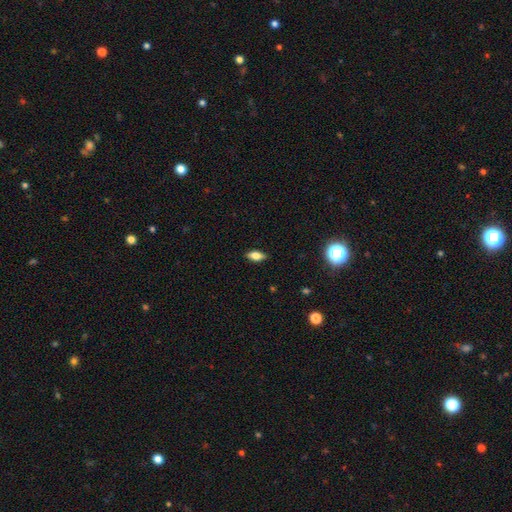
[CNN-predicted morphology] type=smooth (68%); roundness=in between (82%); merging=none (87%).